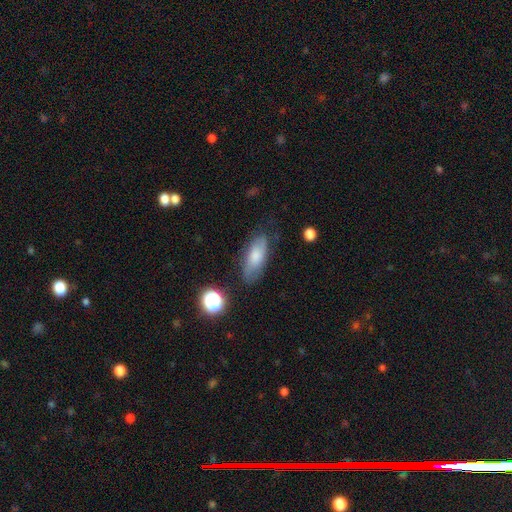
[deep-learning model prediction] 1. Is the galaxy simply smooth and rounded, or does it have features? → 65% smooth, 26% featured or disk, 9% star or artifact.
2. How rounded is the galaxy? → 79% in between, 17% cigar-shaped, 4% round.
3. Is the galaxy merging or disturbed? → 70% none, 21% minor disturbance, 6% major disturbance, 2% merger.